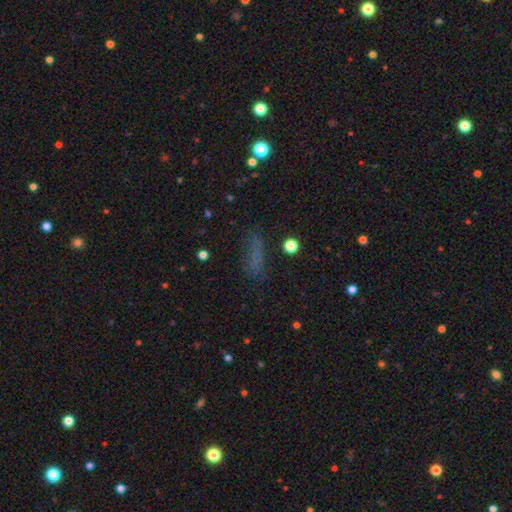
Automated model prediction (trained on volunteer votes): Smooth or featured? Predicted: smooth (p=0.62). How rounded? Predicted: cigar-shaped (p=0.53). Merging? Predicted: none (p=0.68).